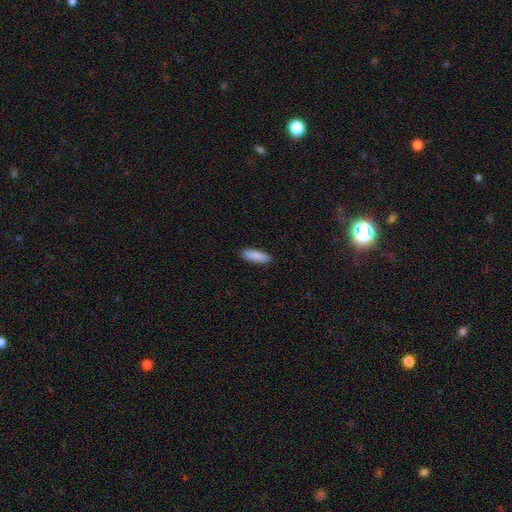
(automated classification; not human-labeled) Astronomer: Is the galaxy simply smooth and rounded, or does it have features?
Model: smooth — 89%.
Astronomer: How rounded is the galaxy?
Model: in between — 53% (runner-up: cigar-shaped, 46%).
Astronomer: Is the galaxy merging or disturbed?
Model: none — 91%.